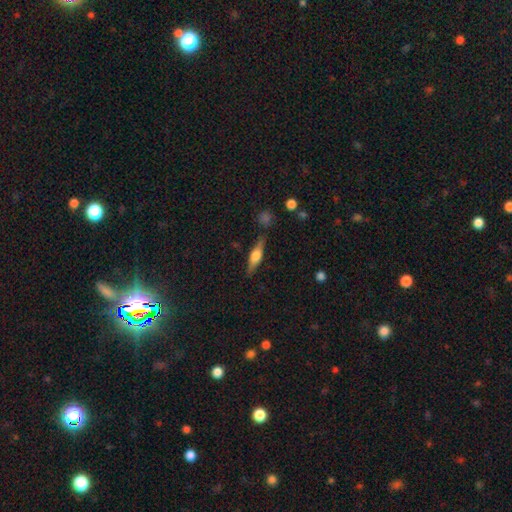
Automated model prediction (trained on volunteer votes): Overall: featured or disk (57%; smooth 36%). Edge-on disk: yes (95%). Edge-on bulge: rounded (89%). Merging: none (83%).